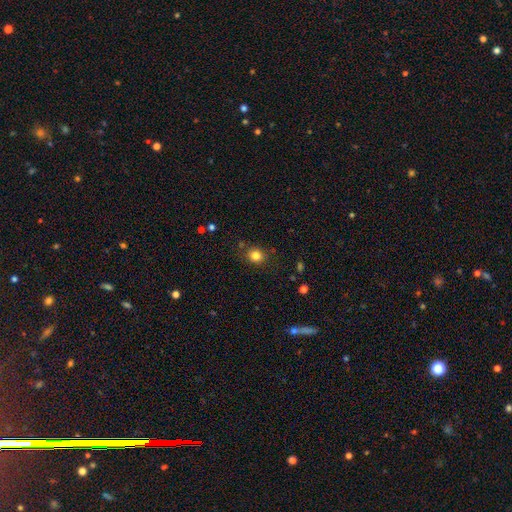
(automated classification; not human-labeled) Overall: smooth (83%). How rounded: round (81%). Merging: none (82%).